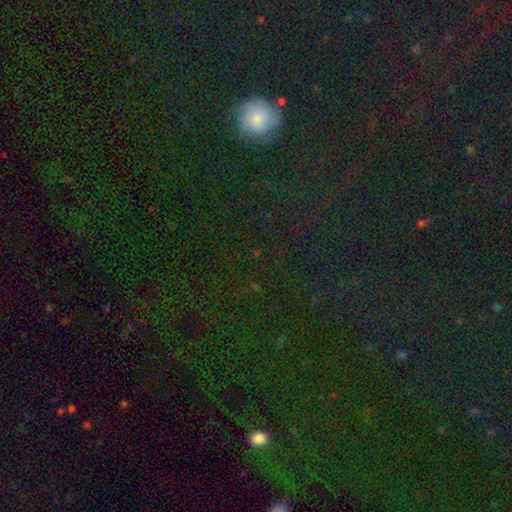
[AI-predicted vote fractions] Smooth or featured? star or artifact (64%)